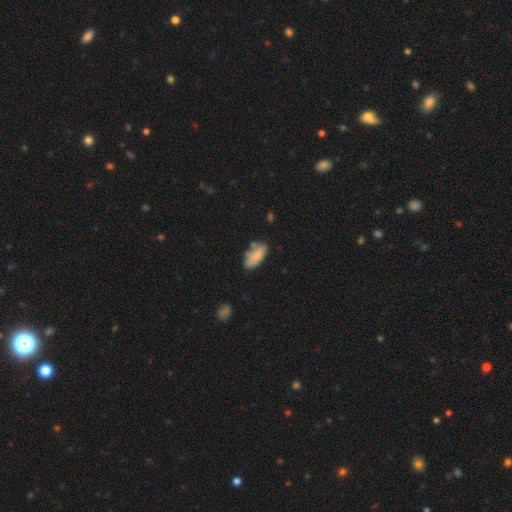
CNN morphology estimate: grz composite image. It shows a smooth galaxy with no disk features (78%) that is in between round and cigar-shaped (90%). Merging: none (58%).